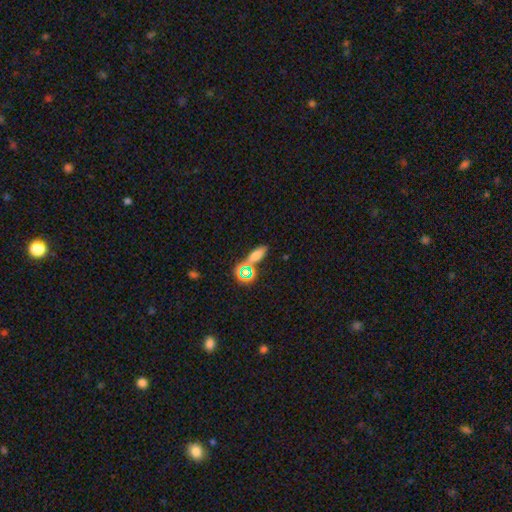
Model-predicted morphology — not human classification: smooth 62%, star or artifact 25%, featured or disk 13%. Down the decision tree: how rounded — in between (58%); merging — none (61%).